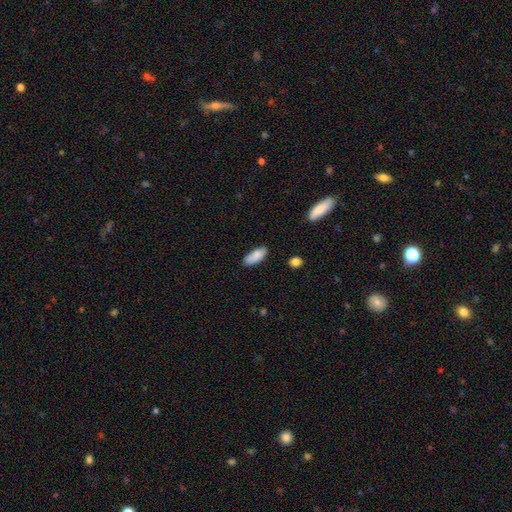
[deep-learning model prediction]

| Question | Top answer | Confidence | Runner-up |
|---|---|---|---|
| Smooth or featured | smooth | 86% | featured or disk (8%) |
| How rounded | in between | 83% | cigar-shaped (15%) |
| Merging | none | 82% | minor disturbance (14%) |